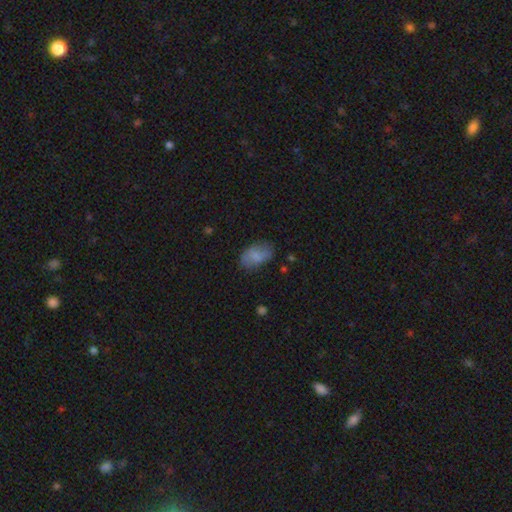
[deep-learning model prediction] Smooth or featured? smooth (77%)
How rounded? in between (91%)
Merging? none (69%)